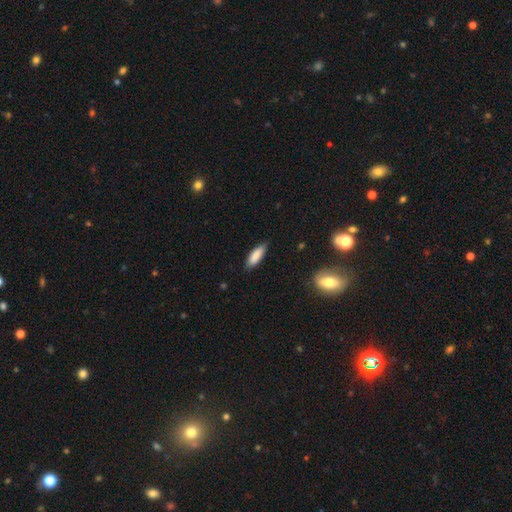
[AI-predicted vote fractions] Smooth or featured? Predicted: smooth (p=0.86). How rounded? Predicted: in between (p=0.58). Merging? Predicted: none (p=0.82).